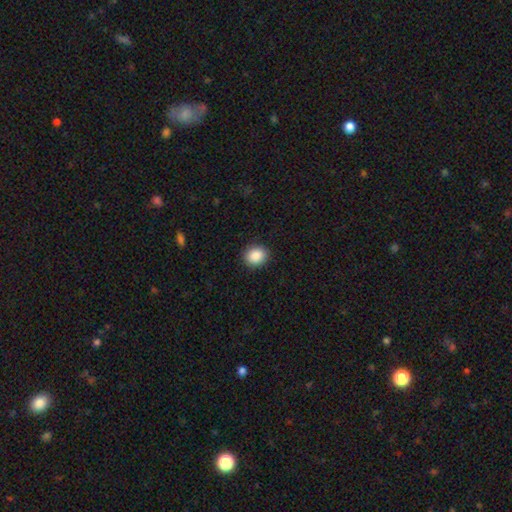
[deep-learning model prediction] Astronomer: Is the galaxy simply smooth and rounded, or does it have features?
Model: smooth — 89%.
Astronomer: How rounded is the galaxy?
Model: round — 67%.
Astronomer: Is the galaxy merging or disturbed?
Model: none — 90%.